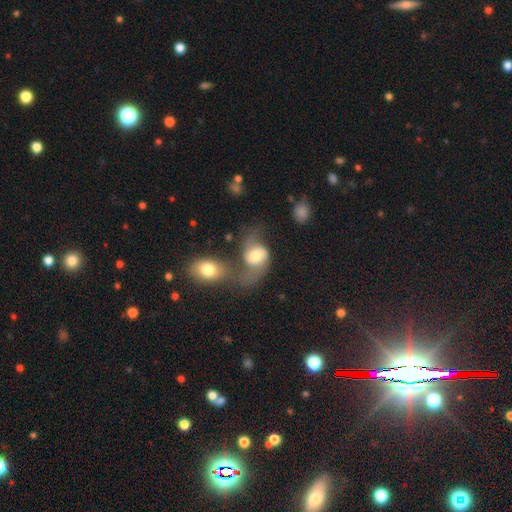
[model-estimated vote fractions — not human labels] Q: Smooth or featured?
A: featured or disk (54%); runner-up: smooth (38%)
Q: Edge-on disk?
A: no (96%); runner-up: yes (4%)
Q: Bar?
A: no (62%); runner-up: weak (30%)
Q: Spiral arms?
A: yes (81%); runner-up: no (19%)
Q: Bulge size?
A: moderate (58%); runner-up: large (24%)
Q: Merging?
A: merger (56%); runner-up: none (19%)